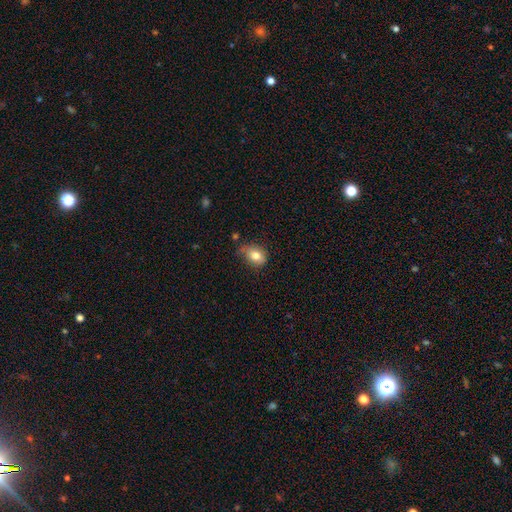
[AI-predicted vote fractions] Smooth or featured?
  - smooth: 79% *
  - featured or disk: 11%
  - star or artifact: 9%
How rounded?
  - in between: 64% *
  - round: 34%
  - cigar-shaped: 1%
Merging?
  - none: 61% *
  - minor disturbance: 29%
  - major disturbance: 6%
  - merger: 4%